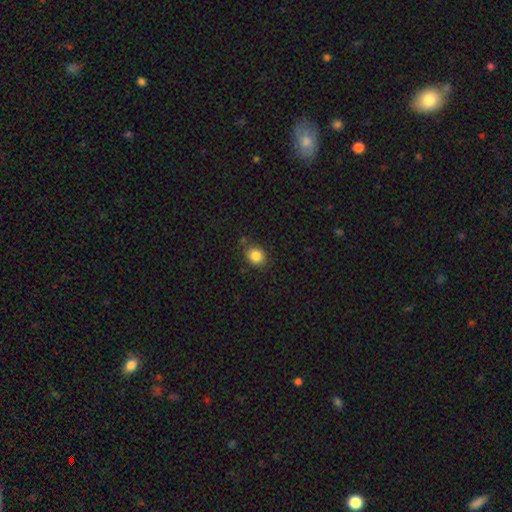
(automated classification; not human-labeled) A smooth galaxy with no disk features (85%) that is round (60%). Merging: none (79%).